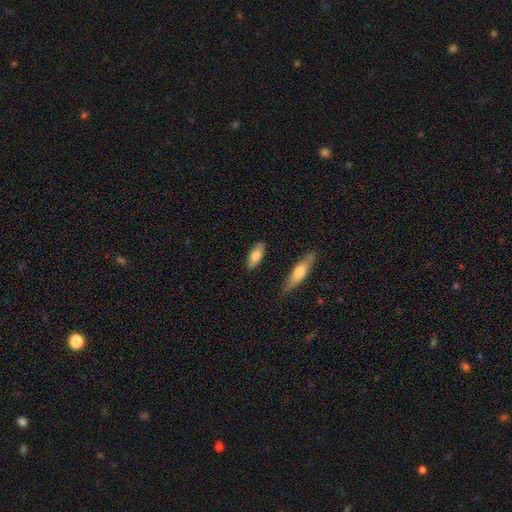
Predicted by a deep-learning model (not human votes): A smooth galaxy with no disk features (74%) that is in between round and cigar-shaped (77%). Merging: none (83%).